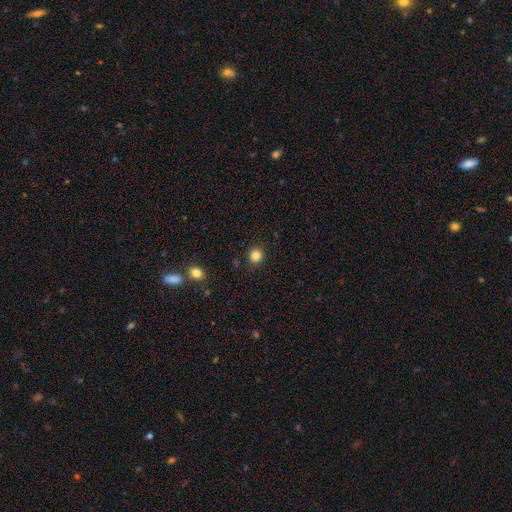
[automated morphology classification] Smooth or featured?
  - smooth: 84% *
  - star or artifact: 12%
  - featured or disk: 4%
How rounded?
  - round: 88% *
  - in between: 11%
  - cigar-shaped: 1%
Merging?
  - none: 89% *
  - minor disturbance: 7%
  - major disturbance: 2%
  - merger: 2%